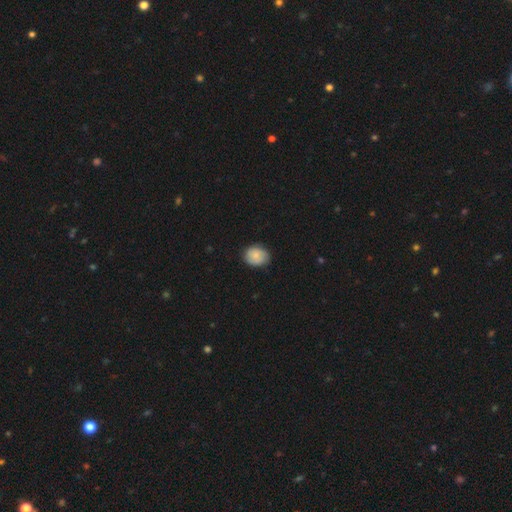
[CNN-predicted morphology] Smooth or featured? Predicted: smooth (p=0.76). How rounded? Predicted: round (p=0.55). Merging? Predicted: none (p=0.76).